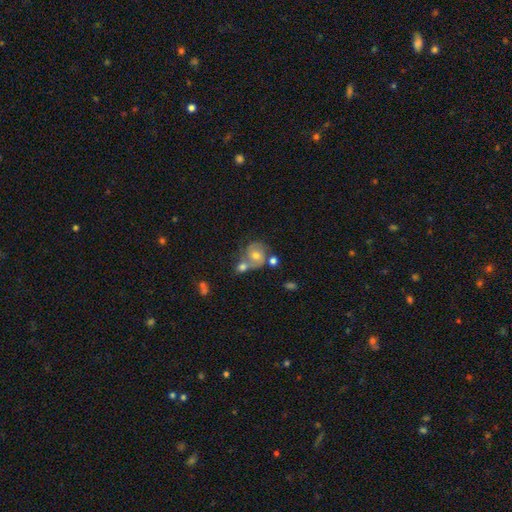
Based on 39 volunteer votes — A featured or disk galaxy (82%) with no bar (61%), 2 (89%) medium (67%) spiral arms (87%) and a moderate central bulge (68%). Merging: none (49%).